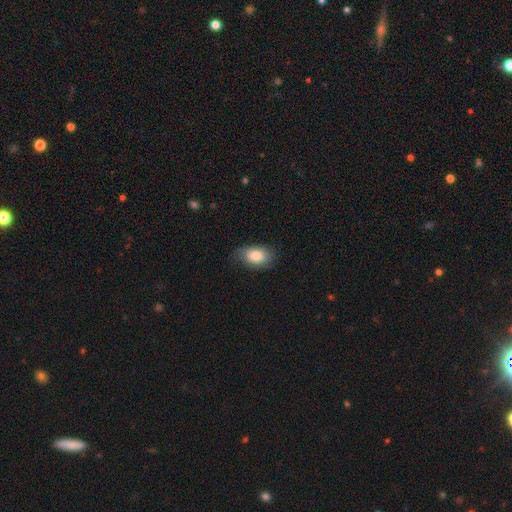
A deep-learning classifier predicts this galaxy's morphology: Overall: smooth (83%). How rounded: in between (89%). Merging: none (71%).